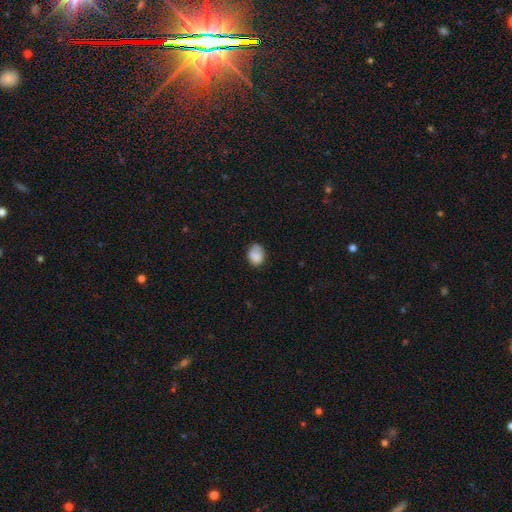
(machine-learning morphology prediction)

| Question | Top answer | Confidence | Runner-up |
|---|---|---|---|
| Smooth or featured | smooth | 82% | star or artifact (9%) |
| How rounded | in between | 60% | round (39%) |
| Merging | none | 62% | minor disturbance (28%) |